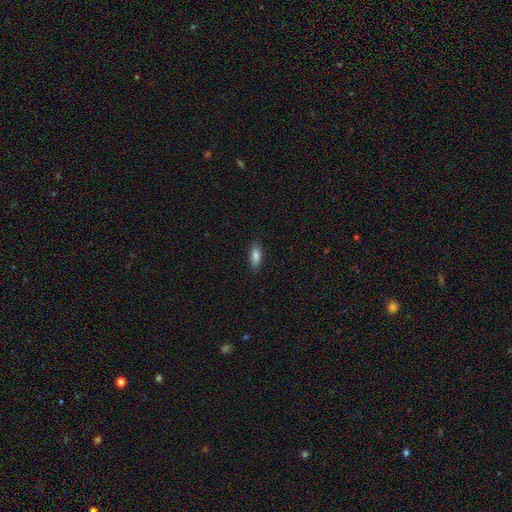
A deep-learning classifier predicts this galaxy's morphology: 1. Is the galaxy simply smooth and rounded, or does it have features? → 84% smooth, 9% featured or disk, 7% star or artifact.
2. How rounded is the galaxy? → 68% in between, 30% cigar-shaped, 2% round.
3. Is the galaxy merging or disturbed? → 86% none, 11% minor disturbance, 2% major disturbance, 1% merger.